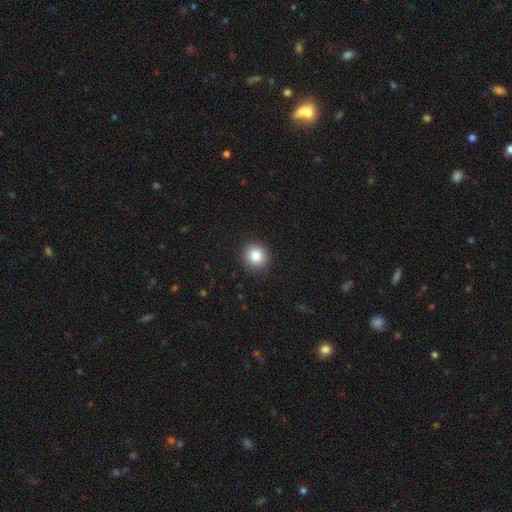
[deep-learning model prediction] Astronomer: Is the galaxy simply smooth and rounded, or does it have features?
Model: smooth — 85%.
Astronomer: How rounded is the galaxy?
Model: round — 91%.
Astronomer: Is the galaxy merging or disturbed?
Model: none — 92%.